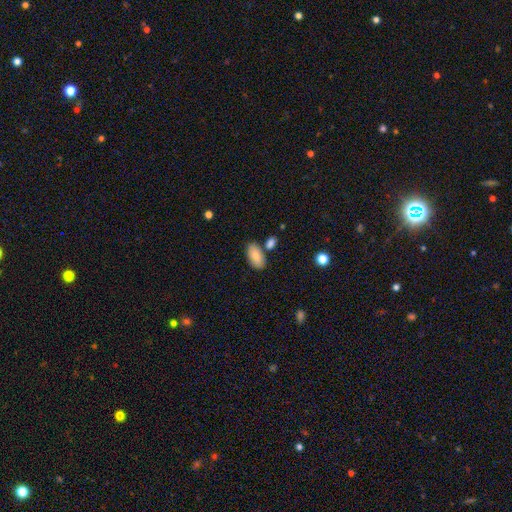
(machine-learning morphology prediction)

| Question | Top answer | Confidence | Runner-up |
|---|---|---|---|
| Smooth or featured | smooth | 85% | featured or disk (8%) |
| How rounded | in between | 94% | cigar-shaped (3%) |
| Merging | none | 74% | minor disturbance (12%) |